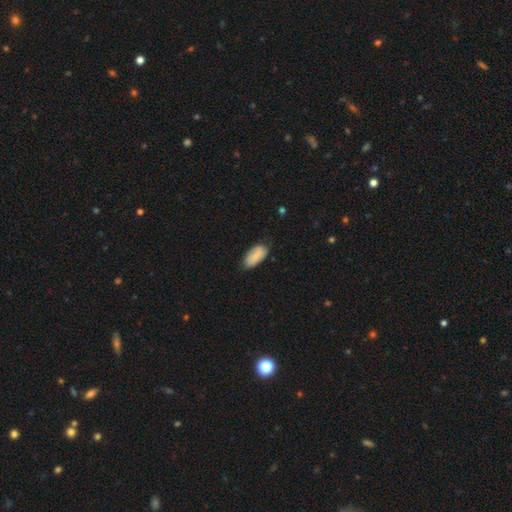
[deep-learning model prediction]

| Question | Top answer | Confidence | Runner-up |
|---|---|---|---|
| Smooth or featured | smooth | 80% | featured or disk (13%) |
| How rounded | in between | 93% | cigar-shaped (5%) |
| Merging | none | 70% | minor disturbance (25%) |